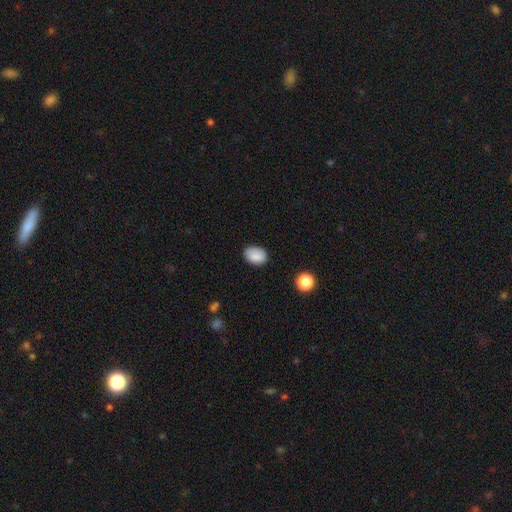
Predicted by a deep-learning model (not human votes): This is clearly a smooth galaxy (86%). How rounded: clearly in between (80%). Merging: clearly none (80%).